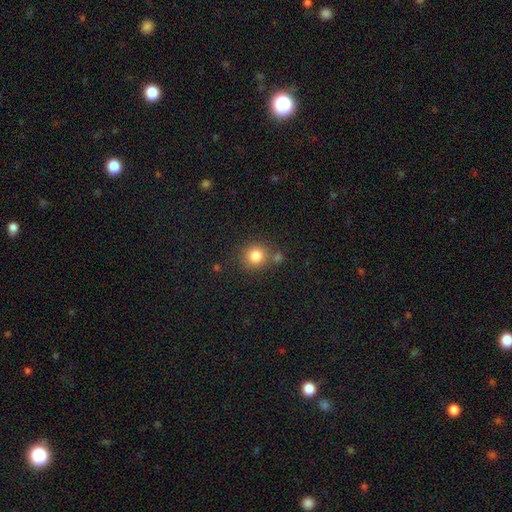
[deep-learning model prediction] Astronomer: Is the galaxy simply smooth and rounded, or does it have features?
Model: smooth — 83%.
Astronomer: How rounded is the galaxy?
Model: round — 89%.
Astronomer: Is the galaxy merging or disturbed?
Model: none — 74%.